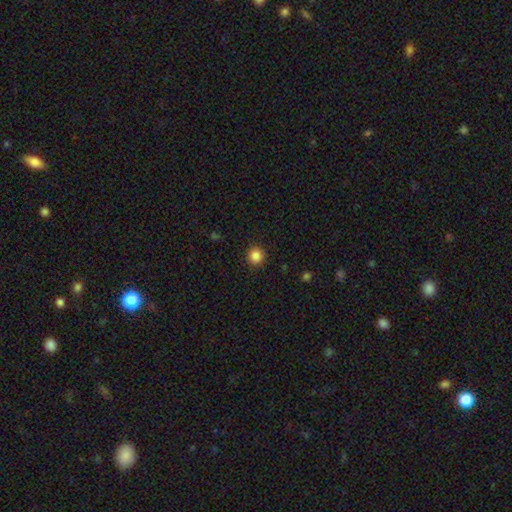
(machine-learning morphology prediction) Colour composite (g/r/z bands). It shows a smooth galaxy with no disk features (86%) that is round (94%). Merging: none (92%).